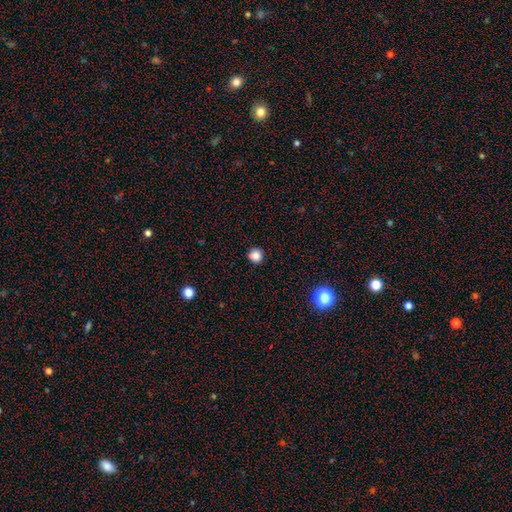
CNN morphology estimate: Smooth or featured: smooth — 85% (star or artifact — 12%)
How rounded: round — 93% (in between — 6%)
Merging: none — 90% (minor disturbance — 7%)